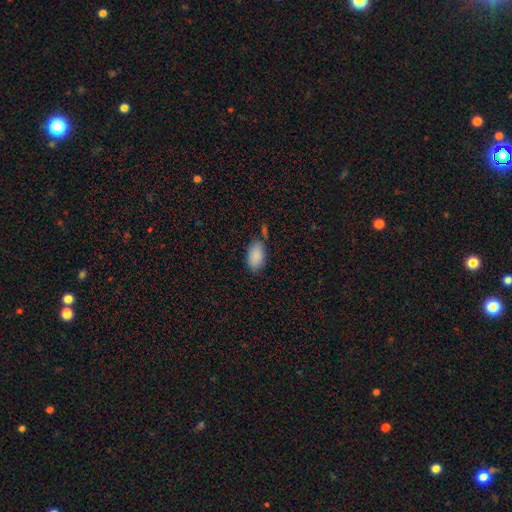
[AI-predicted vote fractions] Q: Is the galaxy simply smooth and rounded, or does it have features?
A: smooth — 88%.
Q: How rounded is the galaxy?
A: in between — 94%.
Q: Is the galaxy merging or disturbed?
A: none — 68%.